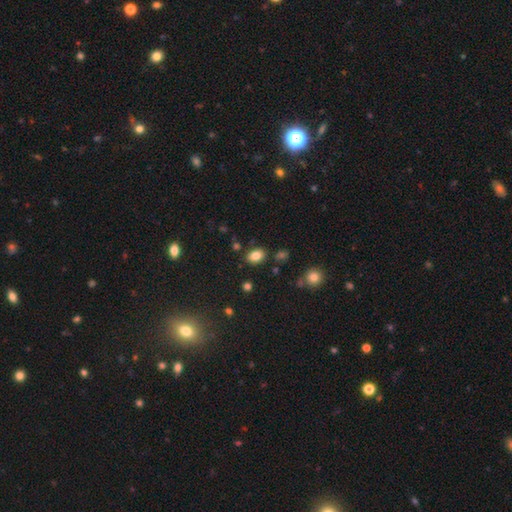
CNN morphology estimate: The model was most divided on "how rounded": in between: 78%, round: 21%, cigar-shaped: 1%. More confident: merging — none (83%); smooth or featured — smooth (83%).